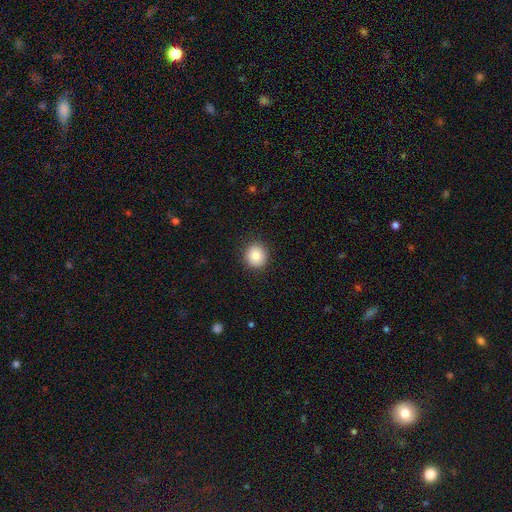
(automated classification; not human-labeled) smooth_or_featured: smooth (p=0.85) [alt: star or artifact p=0.08]
how_rounded: round (p=0.90) [alt: in between p=0.09]
merging: none (p=0.91) [alt: minor disturbance p=0.06]